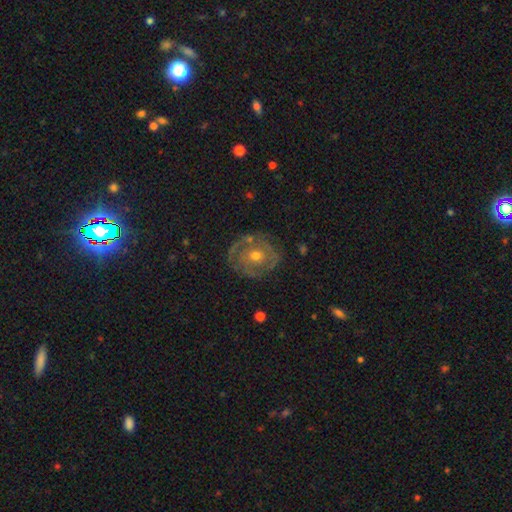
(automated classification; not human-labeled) This appears to be a featured or disk galaxy (74%) with no bar (81%), spiral arms (69%) and a moderate central bulge (69%). Merging: none (75%).